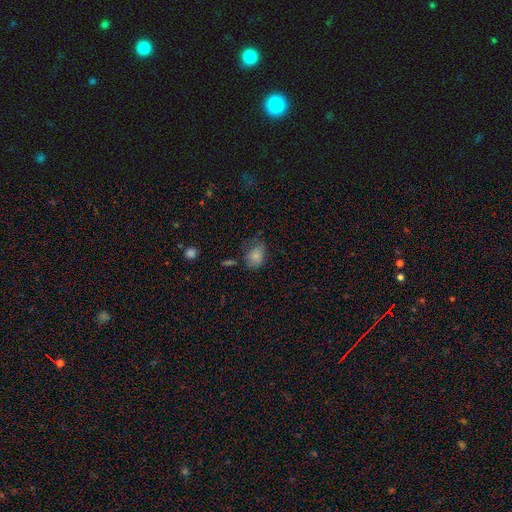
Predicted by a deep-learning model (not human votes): Smooth or featured: smooth — 80% (star or artifact — 10%)
How rounded: in between — 65% (round — 34%)
Merging: none — 51% (minor disturbance — 33%)